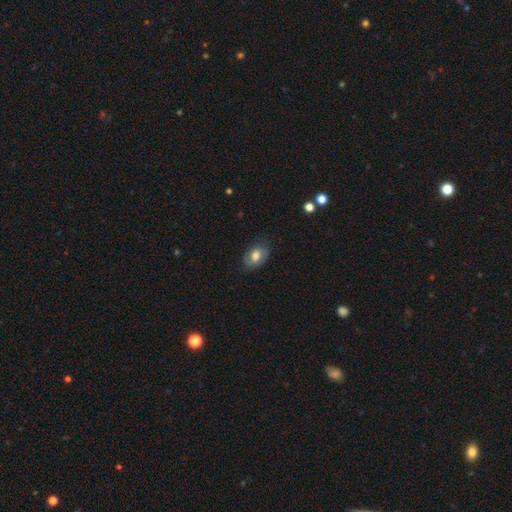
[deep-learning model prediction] Smooth or featured?
  - smooth: 71% *
  - featured or disk: 21%
  - star or artifact: 8%
How rounded?
  - in between: 82% *
  - round: 16%
  - cigar-shaped: 1%
Merging?
  - none: 76% *
  - minor disturbance: 18%
  - major disturbance: 5%
  - merger: 1%